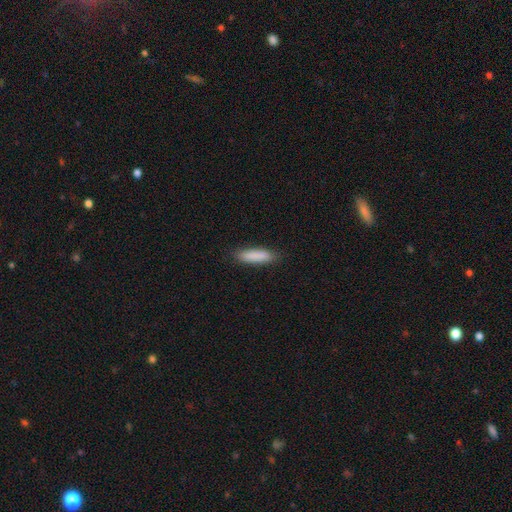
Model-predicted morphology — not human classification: This is clearly a smooth galaxy (87%). How rounded: likely cigar-shaped (66%). Merging: clearly none (87%).